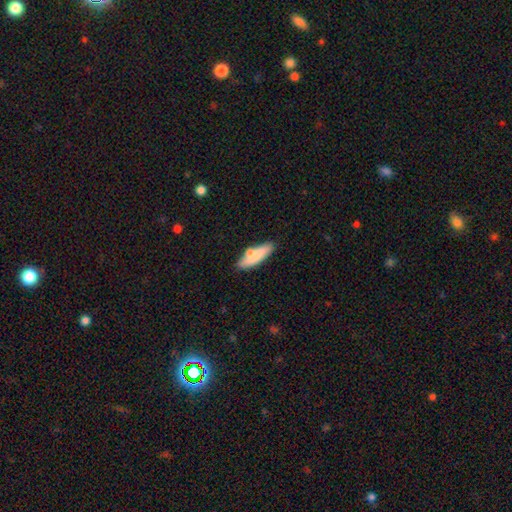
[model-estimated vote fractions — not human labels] smooth-or-featured: smooth: 76% | featured or disk: 18% | star or artifact: 6%
  how-rounded: cigar-shaped: 55% | in between: 43% | round: 2%
  merging: none: 69% | minor disturbance: 17% | merger: 11% | major disturbance: 4%